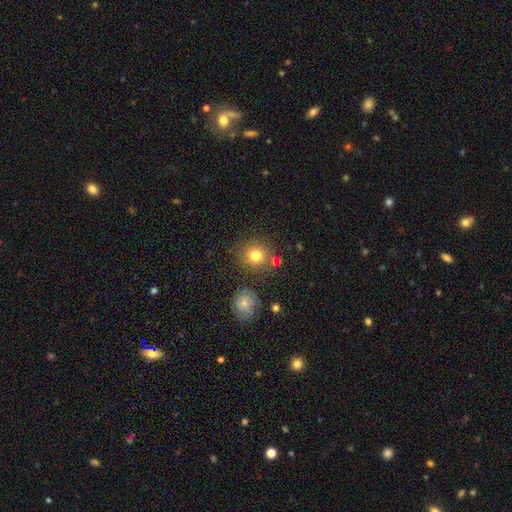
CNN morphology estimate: This appears to be a smooth galaxy with no disk features (76%) that is round (88%). Merging: none (78%).